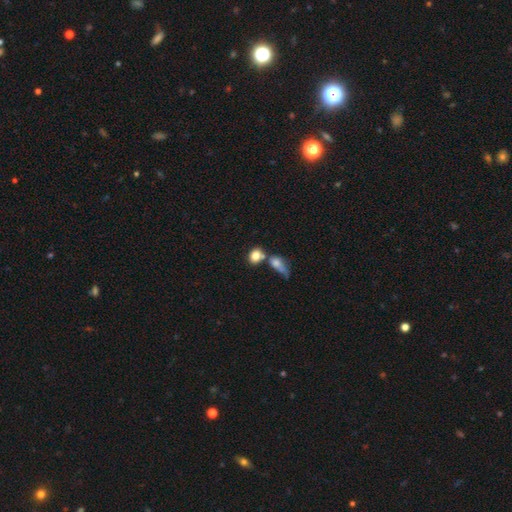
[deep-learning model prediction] Smooth or featured: smooth — 80% (featured or disk — 11%)
How rounded: round — 50% (in between — 48%)
Merging: merger — 44% (none — 38%)